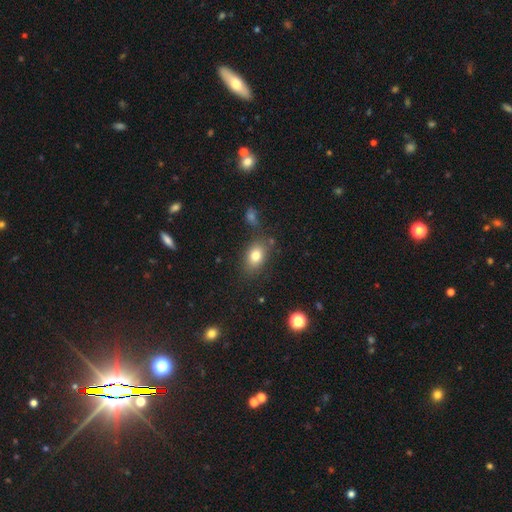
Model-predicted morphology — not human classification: The model was most divided on "how rounded": in between: 77%, round: 22%, cigar-shaped: 2%. More confident: smooth or featured — smooth (80%); merging — none (77%).